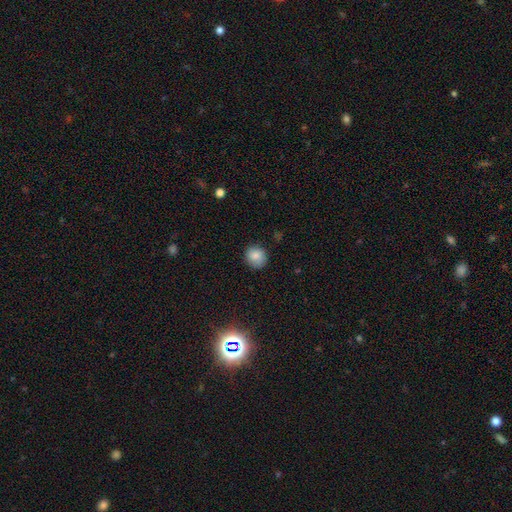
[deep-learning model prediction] Q: Smooth or featured?
A: smooth (85%); runner-up: star or artifact (10%)
Q: How rounded?
A: round (82%); runner-up: in between (17%)
Q: Merging?
A: none (84%); runner-up: minor disturbance (12%)